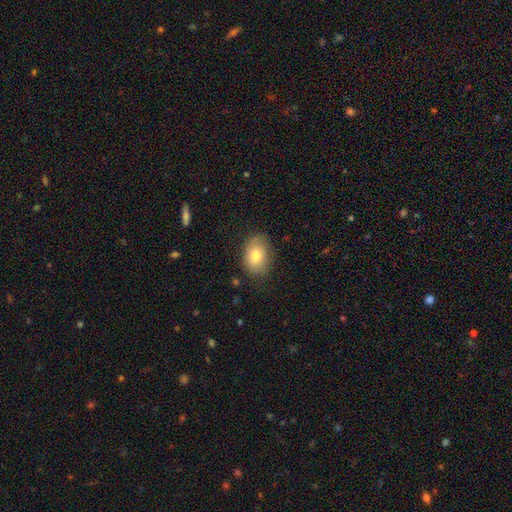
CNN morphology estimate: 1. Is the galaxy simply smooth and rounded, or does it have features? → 79% smooth, 13% featured or disk, 8% star or artifact.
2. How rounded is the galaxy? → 84% in between, 15% round, 1% cigar-shaped.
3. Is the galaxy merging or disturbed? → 78% none, 17% minor disturbance, 4% major disturbance, 1% merger.